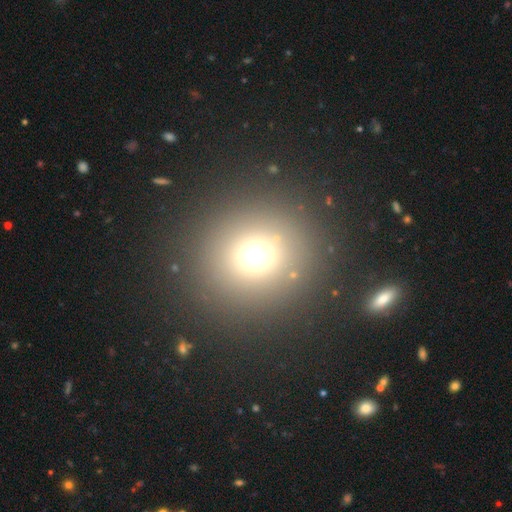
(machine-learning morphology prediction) smooth-or-featured: smooth: 68% | star or artifact: 23% | featured or disk: 10%
  how-rounded: round: 92% | in between: 7% | cigar-shaped: 1%
  merging: none: 87% | minor disturbance: 6% | major disturbance: 4% | merger: 3%